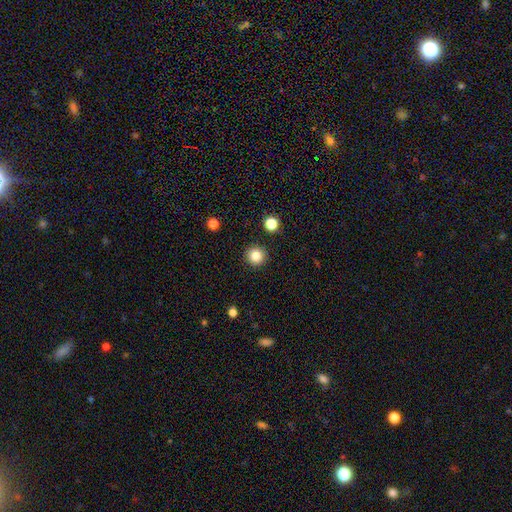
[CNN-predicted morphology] This is clearly a smooth galaxy (84%). How rounded: clearly round (94%). Merging: clearly none (92%).